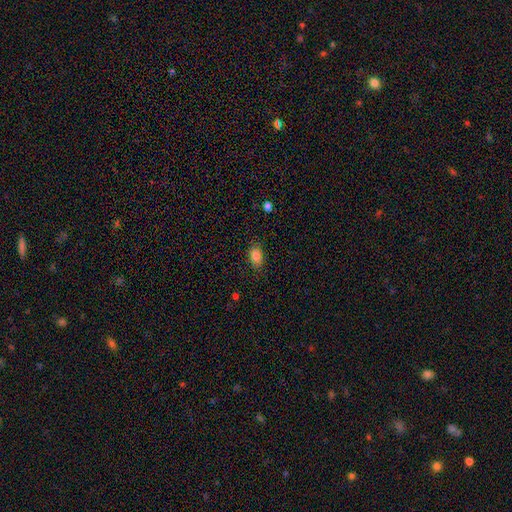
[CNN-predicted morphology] Q: Smooth or featured?
A: smooth (85%); runner-up: star or artifact (10%)
Q: How rounded?
A: in between (79%); runner-up: round (19%)
Q: Merging?
A: none (82%); runner-up: minor disturbance (14%)